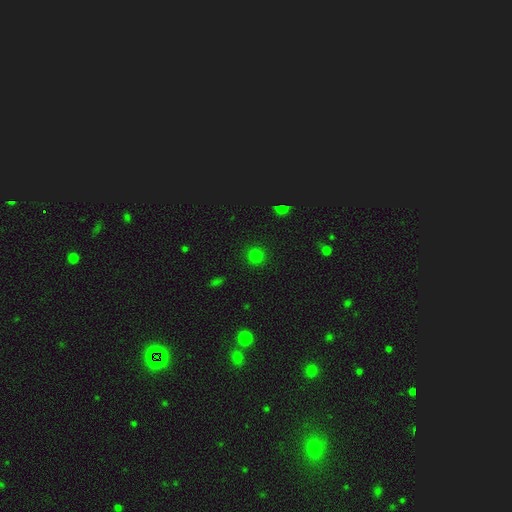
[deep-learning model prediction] smooth-or-featured: smooth: 77% | star or artifact: 18% | featured or disk: 5%
  how-rounded: round: 94% | in between: 5% | cigar-shaped: 1%
  merging: none: 91% | minor disturbance: 6% | major disturbance: 2% | merger: 1%